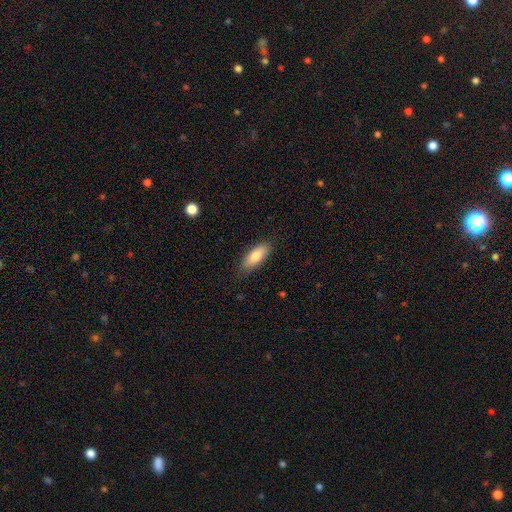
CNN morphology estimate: Overall: smooth (82%). How rounded: in between (73%). Merging: none (83%).